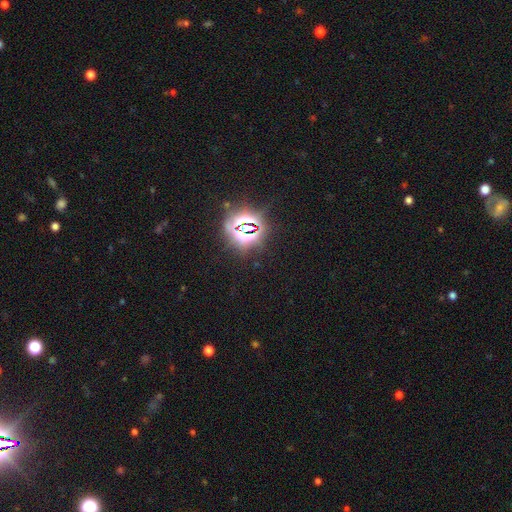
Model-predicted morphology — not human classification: Smooth or featured?
  - star or artifact: 84% *
  - smooth: 10%
  - featured or disk: 6%